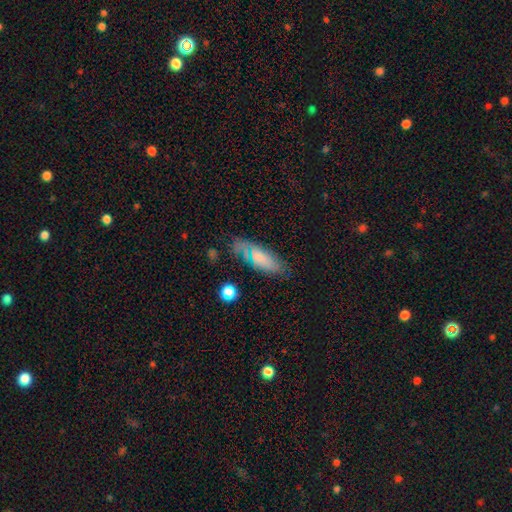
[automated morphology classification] This is possibly a smooth galaxy (57%). How rounded: possibly in between (59%). Merging: likely none (68%).